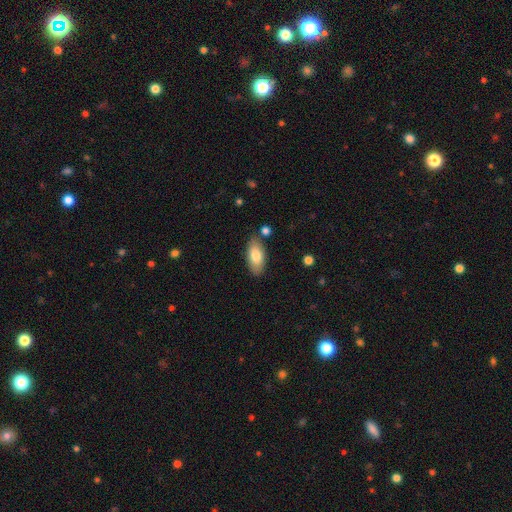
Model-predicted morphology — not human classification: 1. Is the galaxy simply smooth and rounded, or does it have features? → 79% smooth, 15% featured or disk, 6% star or artifact.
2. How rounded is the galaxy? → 89% in between, 8% cigar-shaped, 2% round.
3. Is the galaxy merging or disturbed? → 81% none, 12% minor disturbance, 5% merger, 2% major disturbance.